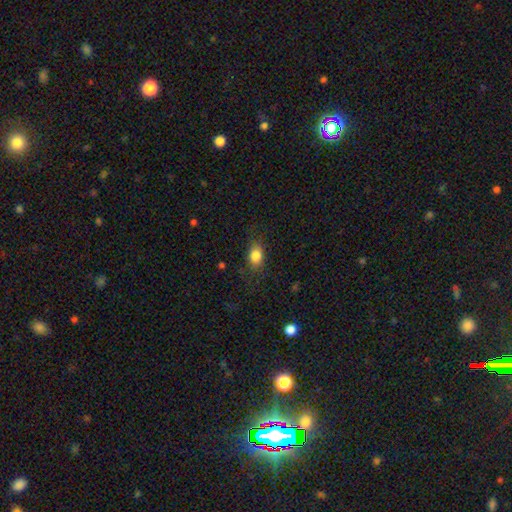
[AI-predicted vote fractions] Smooth or featured?
  - smooth: 83% *
  - star or artifact: 9%
  - featured or disk: 8%
How rounded?
  - in between: 72% *
  - round: 25%
  - cigar-shaped: 3%
Merging?
  - none: 78% *
  - minor disturbance: 15%
  - major disturbance: 6%
  - merger: 1%